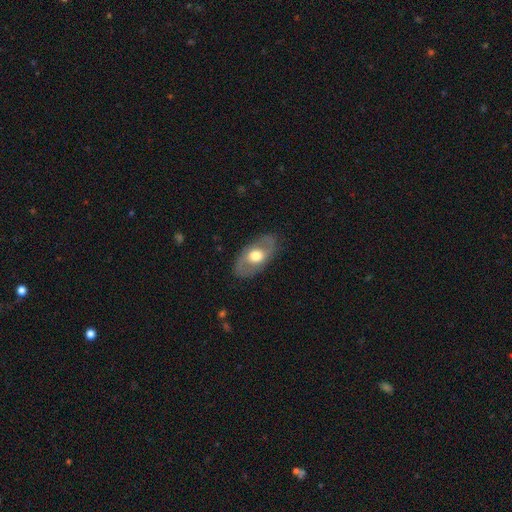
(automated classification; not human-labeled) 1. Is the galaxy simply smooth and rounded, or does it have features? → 56% featured or disk, 39% smooth, 6% star or artifact.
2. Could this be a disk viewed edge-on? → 88% no, 12% yes.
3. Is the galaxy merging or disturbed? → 81% none, 13% minor disturbance, 5% major disturbance, 1% merger.